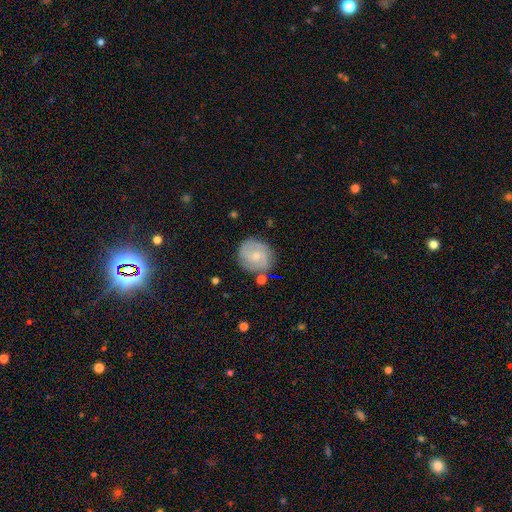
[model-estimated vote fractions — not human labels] A featured or disk galaxy (67%) with no bar (61%), 2 (56%) tight (49%) spiral arms (91%) and a small central bulge (63%). Merging: none (75%).